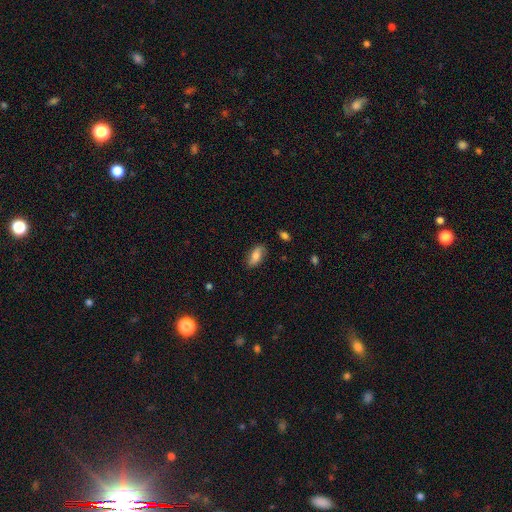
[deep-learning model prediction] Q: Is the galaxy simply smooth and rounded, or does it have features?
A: smooth — 74%.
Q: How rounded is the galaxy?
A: in between — 87%.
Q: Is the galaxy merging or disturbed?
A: none — 82%.